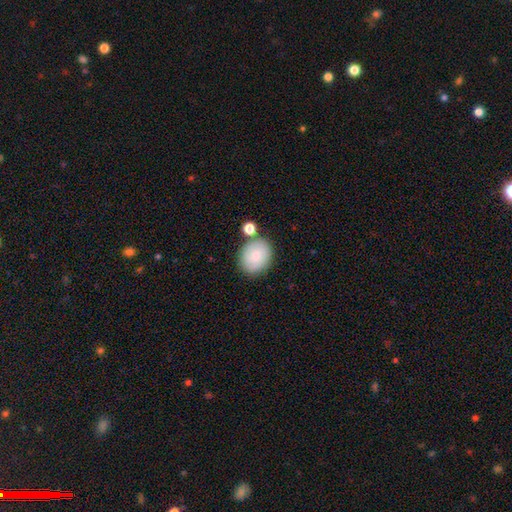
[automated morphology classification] This appears to be a smooth galaxy with no disk features (76%) that is round (65%). Merging: none (70%).